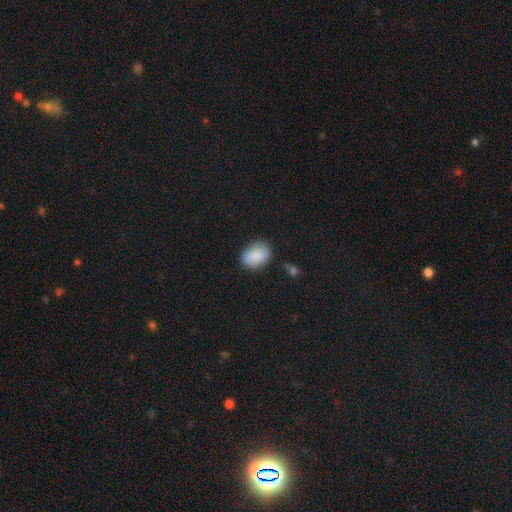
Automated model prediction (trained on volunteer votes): The model was most divided on "how rounded": in between: 77%, round: 21%, cigar-shaped: 1%. More confident: smooth or featured — smooth (88%); merging — none (81%).